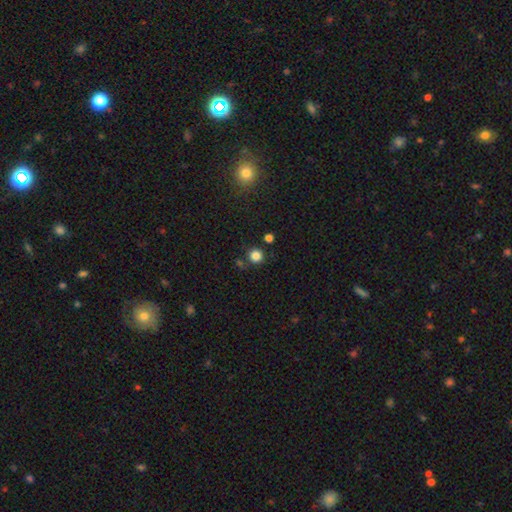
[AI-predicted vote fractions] smooth 83%, star or artifact 13%, featured or disk 4%. Down the decision tree: how rounded — round (93%); merging — none (82%).